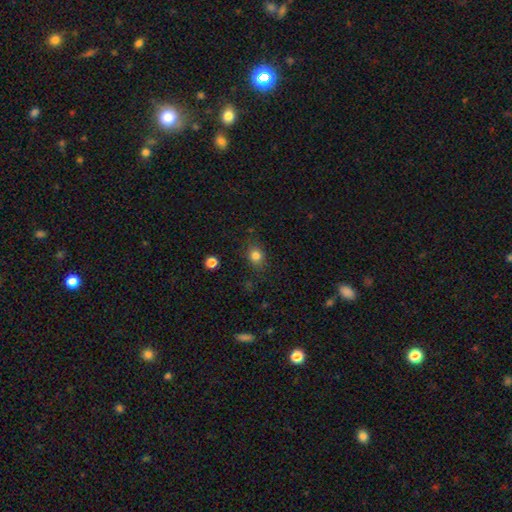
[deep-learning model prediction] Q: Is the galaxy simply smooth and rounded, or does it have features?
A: smooth — 81%.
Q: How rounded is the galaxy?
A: round — 58%.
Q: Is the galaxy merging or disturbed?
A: none — 80%.